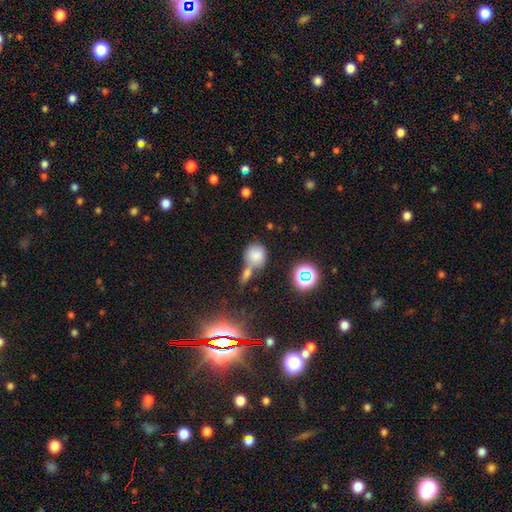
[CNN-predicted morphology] smooth_or_featured: smooth (p=0.76) [alt: star or artifact p=0.14]
how_rounded: round (p=0.80) [alt: in between p=0.18]
merging: none (p=0.42) [alt: merger p=0.41]